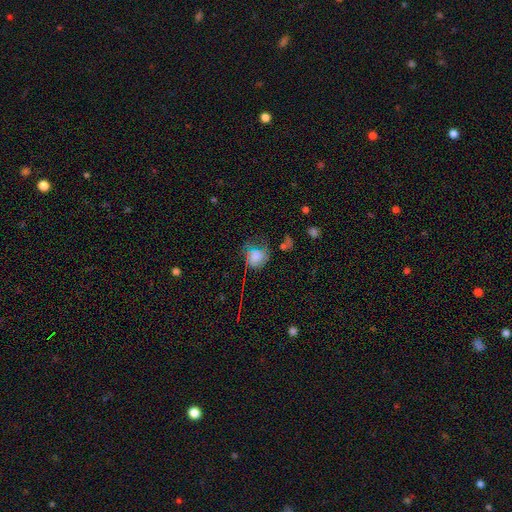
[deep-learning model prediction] Smooth or featured? smooth (57%)
How rounded? round (74%)
Merging? none (50%)